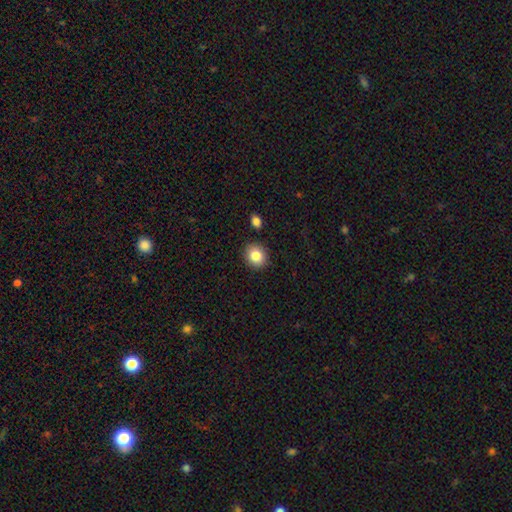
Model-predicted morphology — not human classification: The model was most divided on "how rounded": round: 80%, in between: 19%, cigar-shaped: 1%. More confident: merging — none (88%); smooth or featured — smooth (84%).